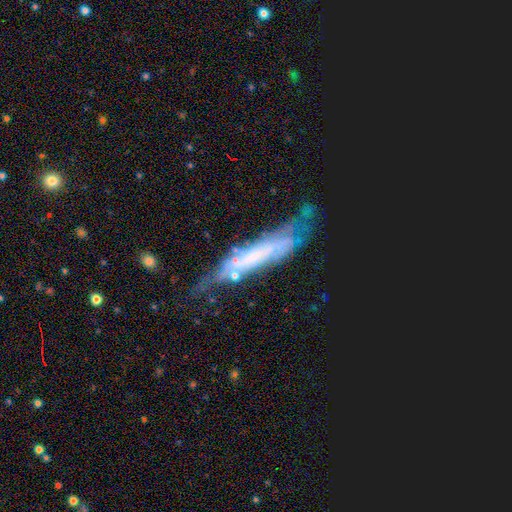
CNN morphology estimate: A featured or disk galaxy (63%).

Vote fractions:
- Smooth or featured? featured or disk: 63% / smooth: 27% / star or artifact: 10%
- Edge-on disk? no: 51% / yes: 49%
- Merging? none: 46% / minor disturbance: 30% / major disturbance: 17% / merger: 6%